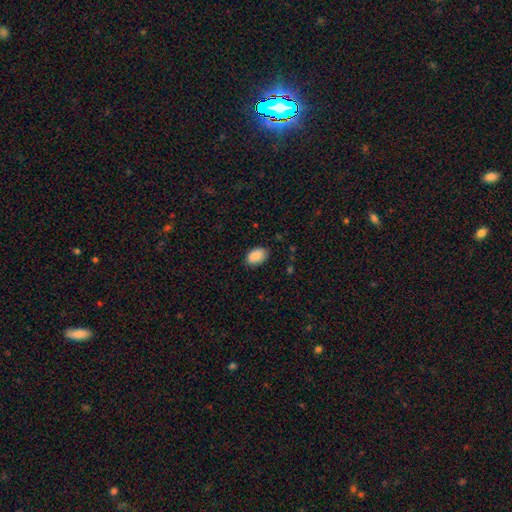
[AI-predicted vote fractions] This is clearly a smooth galaxy (89%). How rounded: clearly in between (91%). Merging: clearly none (84%).